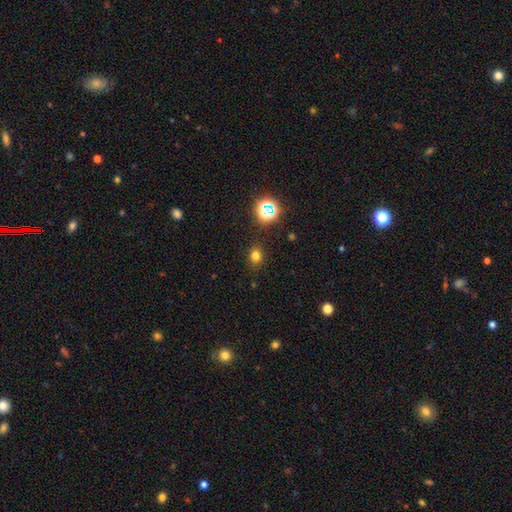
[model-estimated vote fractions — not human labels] Smooth or featured: smooth — 74% (star or artifact — 20%)
How rounded: round — 74% (in between — 25%)
Merging: none — 87% (minor disturbance — 9%)